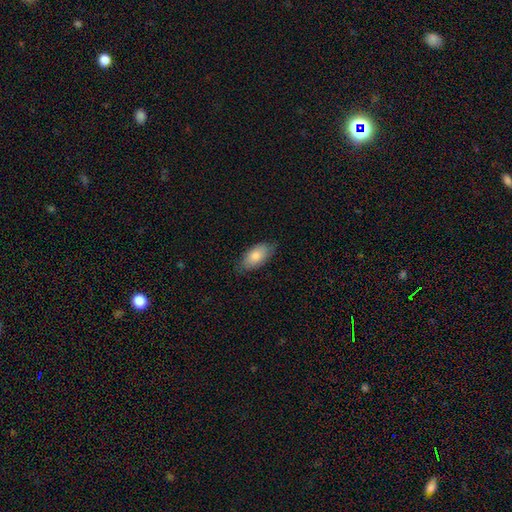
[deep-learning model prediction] smooth_or_featured: smooth (p=0.82) [alt: featured or disk p=0.12]
how_rounded: in between (p=0.93) [alt: cigar-shaped p=0.05]
merging: none (p=0.79) [alt: minor disturbance p=0.17]